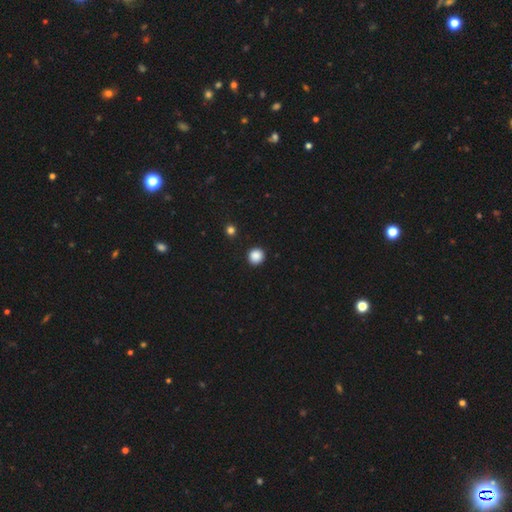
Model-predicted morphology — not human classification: Overall: smooth (88%). How rounded: round (94%). Merging: none (93%).